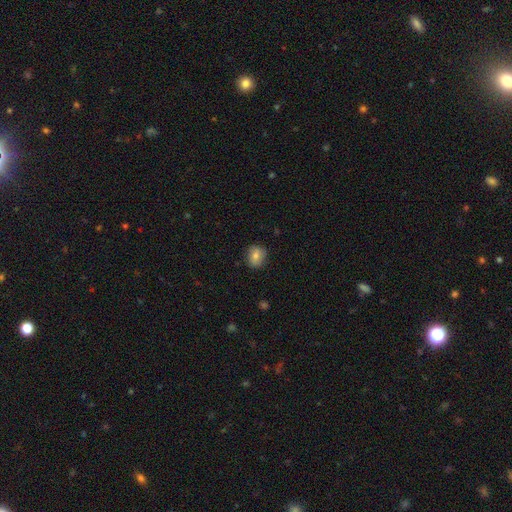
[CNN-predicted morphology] Overall: smooth (74%). How rounded: round (69%; in between 30%). Merging: none (82%).